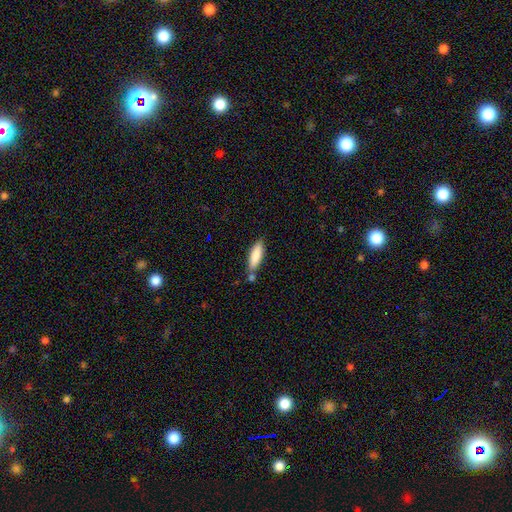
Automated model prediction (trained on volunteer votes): The model was most divided on "how rounded": cigar-shaped: 55%, in between: 44%, round: 2%. More confident: smooth or featured — smooth (82%); merging — none (64%).